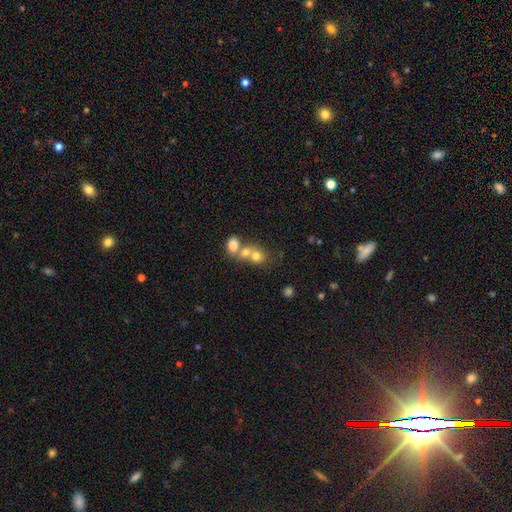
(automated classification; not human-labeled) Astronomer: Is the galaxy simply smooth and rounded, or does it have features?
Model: smooth — 72%.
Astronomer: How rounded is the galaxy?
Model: round — 63%.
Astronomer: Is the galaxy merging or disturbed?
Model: merger — 58%.